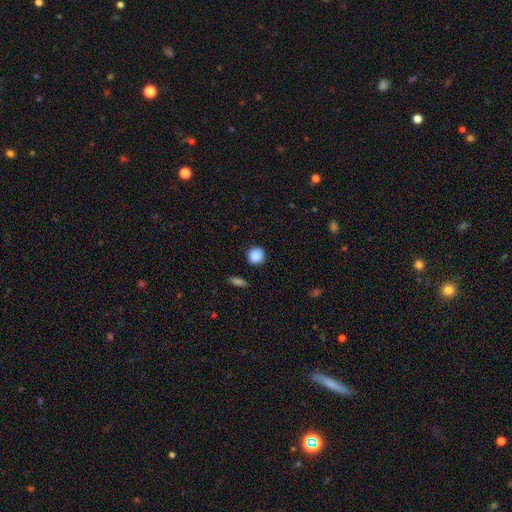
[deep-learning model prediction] Smooth or featured? smooth (89%)
How rounded? round (93%)
Merging? none (90%)